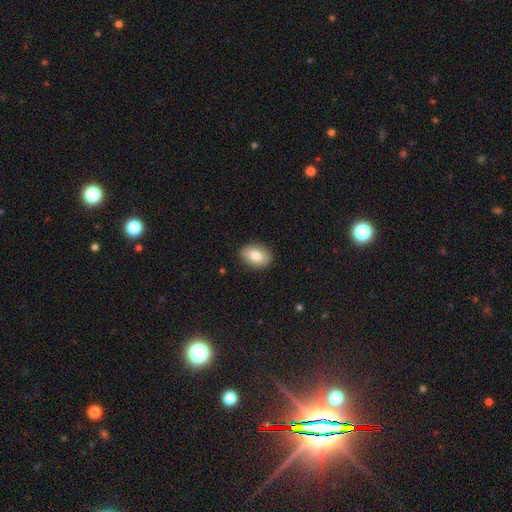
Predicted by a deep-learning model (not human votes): A smooth galaxy with no disk features (82%) that is in between round and cigar-shaped (81%). Merging: none (87%).